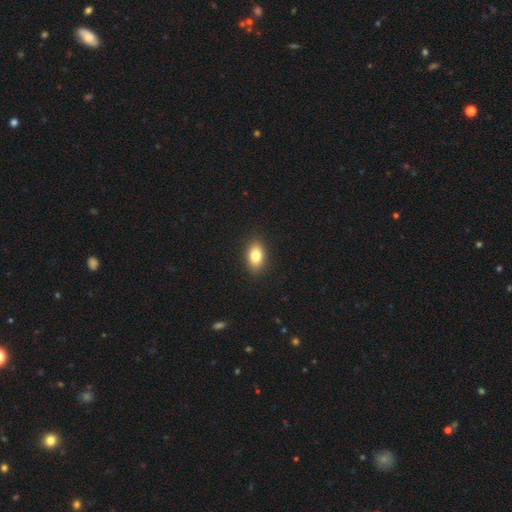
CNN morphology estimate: A smooth galaxy with no disk features (82%) that is in between round and cigar-shaped (88%). Merging: none (89%).